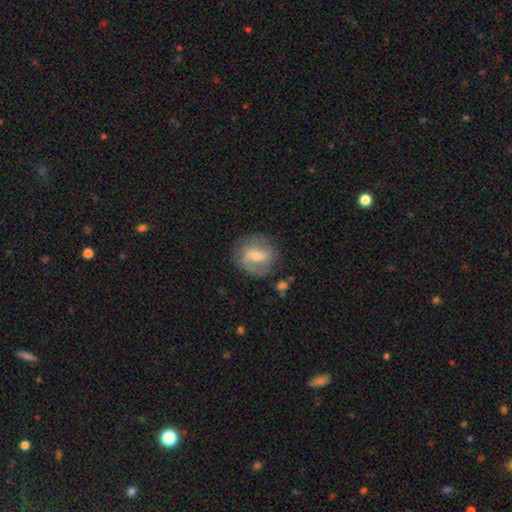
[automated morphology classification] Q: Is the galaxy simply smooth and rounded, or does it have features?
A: featured or disk — 68%.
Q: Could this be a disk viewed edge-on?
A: no — 96%.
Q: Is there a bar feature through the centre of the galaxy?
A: weak — 52%.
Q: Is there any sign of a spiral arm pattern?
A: yes — 86%.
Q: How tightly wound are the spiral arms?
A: medium — 43%.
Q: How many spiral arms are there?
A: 2 — 67%.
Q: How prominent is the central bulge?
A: moderate — 48%.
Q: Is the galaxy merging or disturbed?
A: none — 71%.